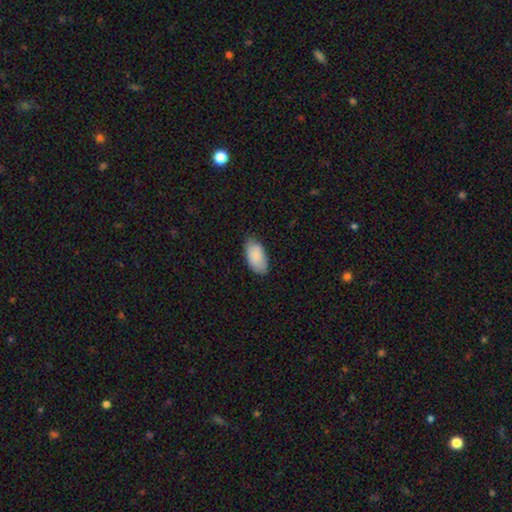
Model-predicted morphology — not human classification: Smooth or featured?
  - smooth: 86% *
  - featured or disk: 8%
  - star or artifact: 6%
How rounded?
  - in between: 95% *
  - cigar-shaped: 3%
  - round: 2%
Merging?
  - none: 72% *
  - minor disturbance: 23%
  - major disturbance: 3%
  - merger: 1%